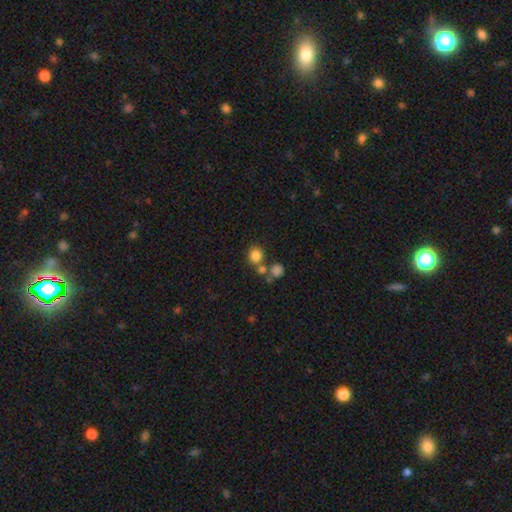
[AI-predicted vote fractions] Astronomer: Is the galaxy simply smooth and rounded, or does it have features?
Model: smooth — 82%.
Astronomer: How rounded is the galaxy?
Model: round — 88%.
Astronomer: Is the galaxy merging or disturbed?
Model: none — 65%.